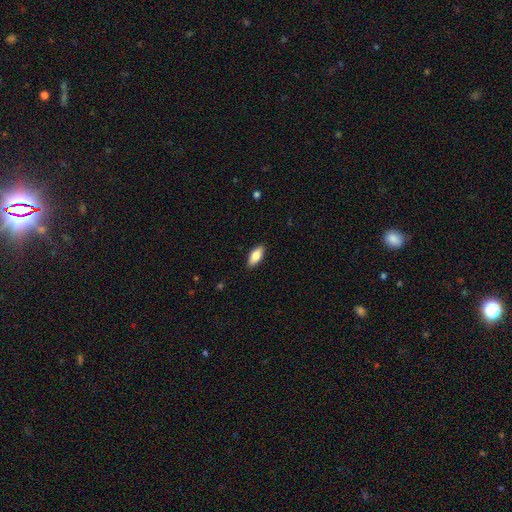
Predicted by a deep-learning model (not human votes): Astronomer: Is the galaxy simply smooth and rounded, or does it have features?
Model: smooth — 80%.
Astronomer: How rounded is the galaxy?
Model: in between — 83%.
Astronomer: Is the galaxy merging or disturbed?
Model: none — 89%.